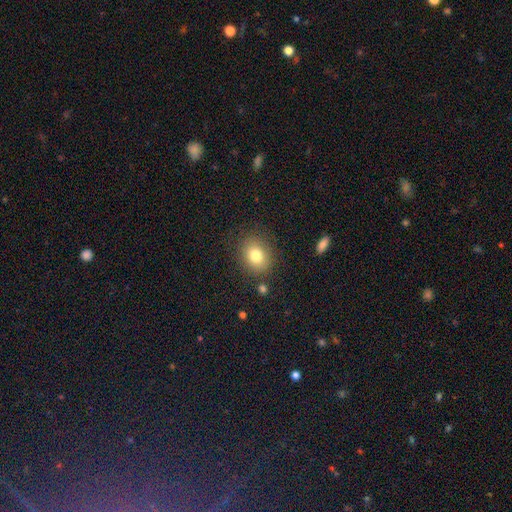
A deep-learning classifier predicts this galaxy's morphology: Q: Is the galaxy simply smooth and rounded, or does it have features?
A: smooth — 80%.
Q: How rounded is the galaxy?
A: round — 61%.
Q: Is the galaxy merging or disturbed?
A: none — 83%.